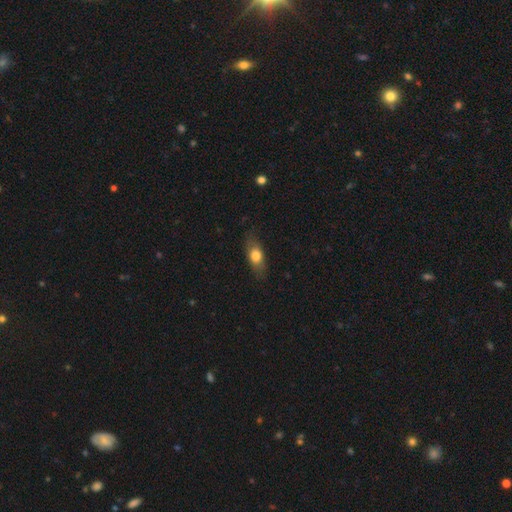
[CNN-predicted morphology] Smooth or featured? Predicted: smooth (p=0.73). How rounded? Predicted: in between (p=0.75). Merging? Predicted: none (p=0.77).